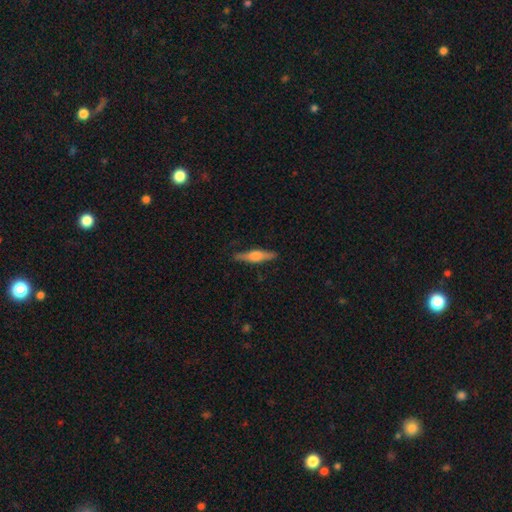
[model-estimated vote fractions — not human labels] A featured or disk galaxy (59%) viewed edge-on (97%) with a rounded central bulge (87%). Merging: none (88%).